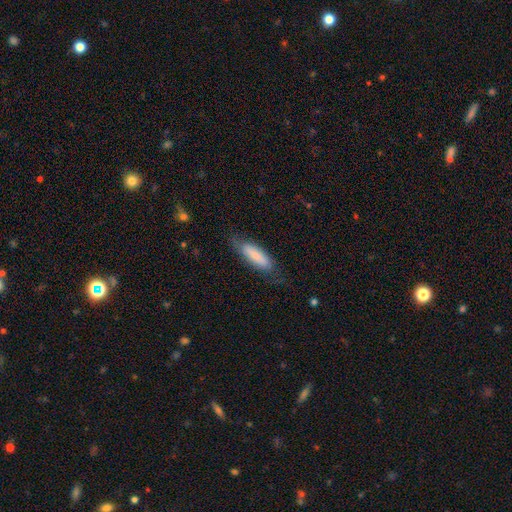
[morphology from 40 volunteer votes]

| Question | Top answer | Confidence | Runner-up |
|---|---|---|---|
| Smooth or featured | smooth | 78% | featured or disk (18%) |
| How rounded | in between | 52% | cigar-shaped (45%) |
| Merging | none | 79% | minor disturbance (18%) |